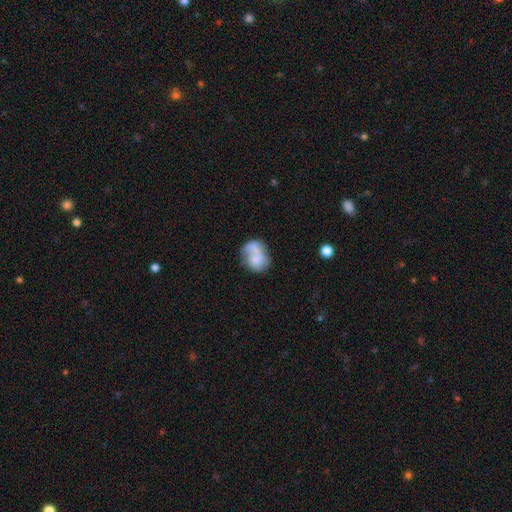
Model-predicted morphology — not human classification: Q: Smooth or featured?
A: smooth (60%); runner-up: featured or disk (32%)
Q: How rounded?
A: in between (61%); runner-up: round (38%)
Q: Merging?
A: merger (32%); runner-up: none (30%)